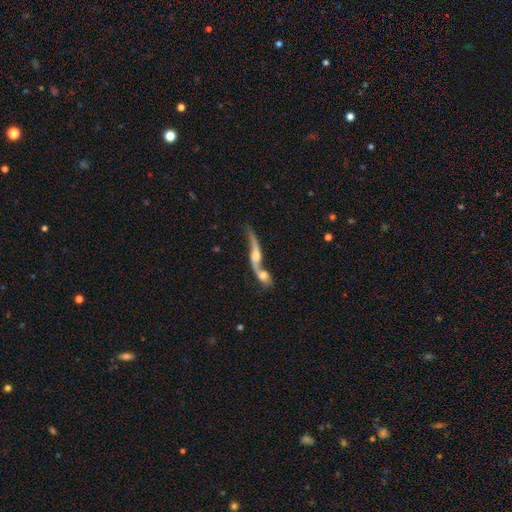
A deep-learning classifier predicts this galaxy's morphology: Q: Smooth or featured?
A: featured or disk (73%); runner-up: smooth (19%)
Q: Edge-on disk?
A: no (56%); runner-up: yes (44%)
Q: Merging?
A: merger (58%); runner-up: none (24%)